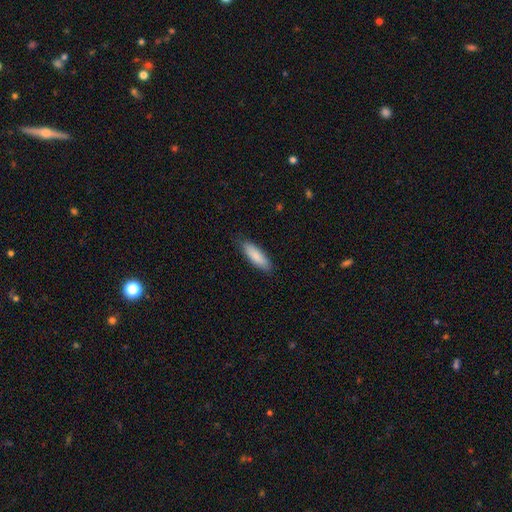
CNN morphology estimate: type=smooth (86%); roundness=cigar-shaped (49%, tied with in between); merging=none (85%).